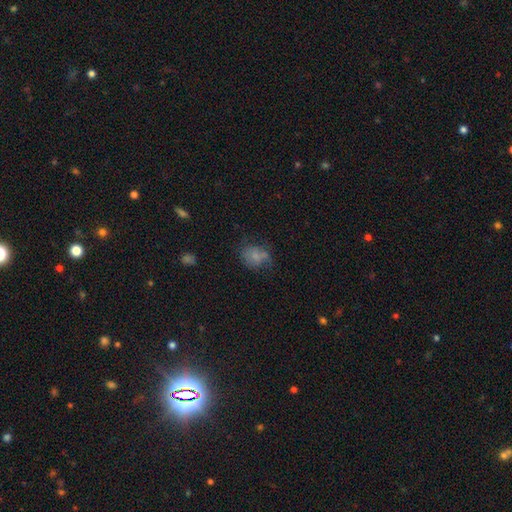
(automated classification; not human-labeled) Smooth or featured? smooth (68%)
How rounded? in between (52%)
Merging? none (46%)